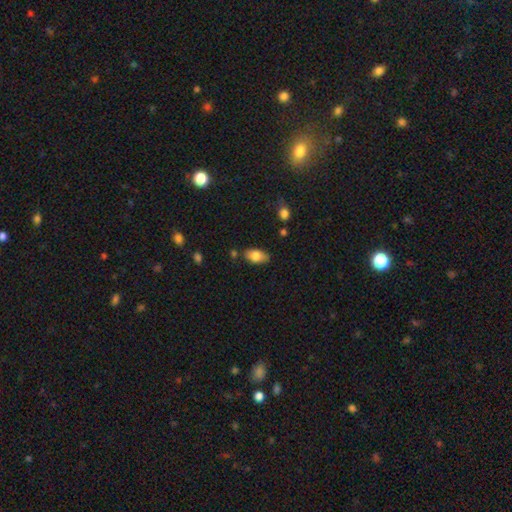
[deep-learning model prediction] Smooth or featured?
  - smooth: 81% *
  - featured or disk: 12%
  - star or artifact: 7%
How rounded?
  - in between: 92% *
  - round: 5%
  - cigar-shaped: 3%
Merging?
  - none: 77% *
  - minor disturbance: 16%
  - merger: 4%
  - major disturbance: 3%